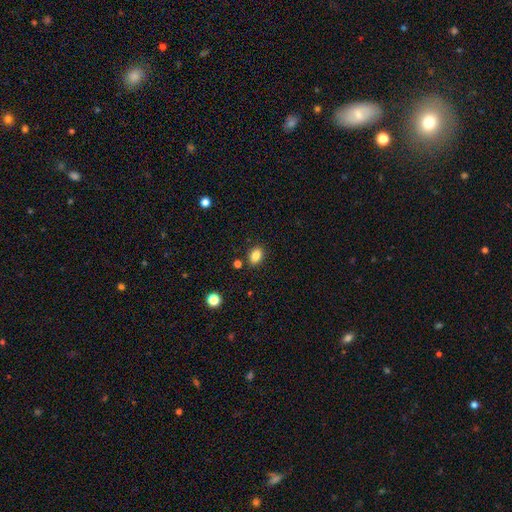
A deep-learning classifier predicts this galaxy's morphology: Smooth or featured? Predicted: smooth (p=0.84). How rounded? Predicted: in between (p=0.79). Merging? Predicted: none (p=0.84).